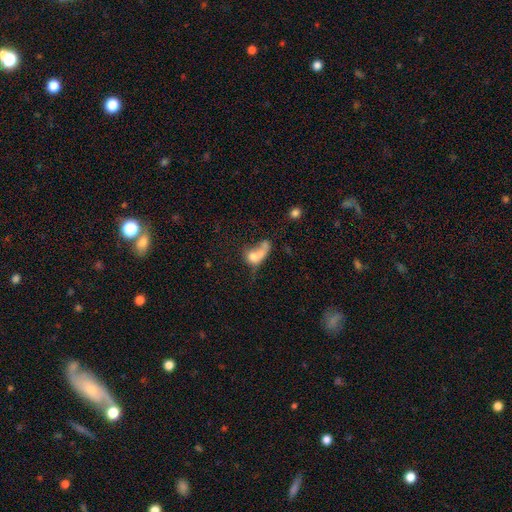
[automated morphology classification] Smooth or featured? smooth (61%)
How rounded? in between (65%)
Merging? merger (41%)